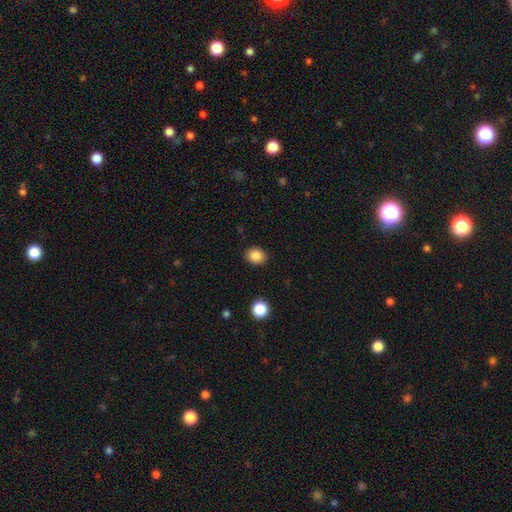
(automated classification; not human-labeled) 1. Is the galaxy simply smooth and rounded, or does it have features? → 86% smooth, 10% star or artifact, 5% featured or disk.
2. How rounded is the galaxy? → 53% round, 46% in between, 1% cigar-shaped.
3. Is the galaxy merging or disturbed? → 89% none, 8% minor disturbance, 2% major disturbance, 1% merger.